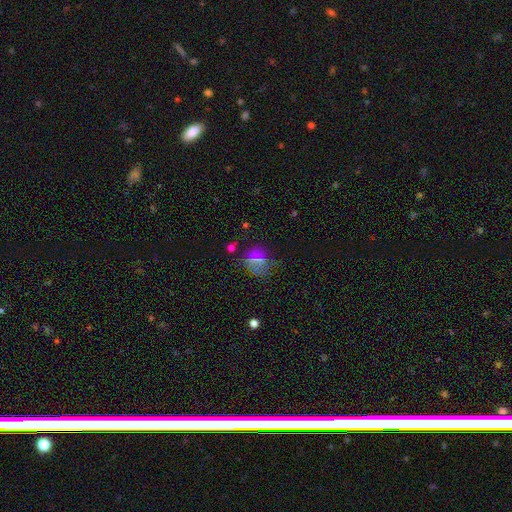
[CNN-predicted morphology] Smooth or featured? smooth (55%)
How rounded? round (69%)
Merging? none (68%)